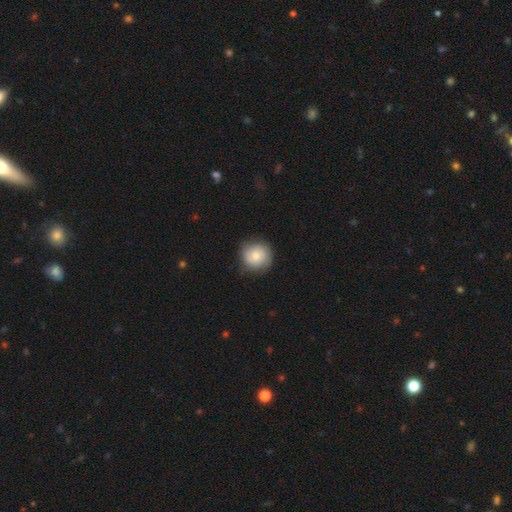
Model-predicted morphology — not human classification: A smooth galaxy with no disk features (76%) that is round (92%). Merging: none (83%).